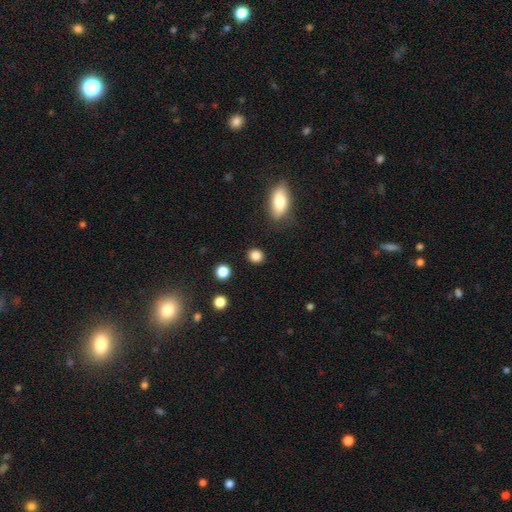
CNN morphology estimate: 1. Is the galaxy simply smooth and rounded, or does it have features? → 86% smooth, 10% star or artifact, 4% featured or disk.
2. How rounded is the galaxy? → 70% round, 28% in between, 2% cigar-shaped.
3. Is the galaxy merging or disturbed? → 87% none, 8% minor disturbance, 3% major disturbance, 2% merger.